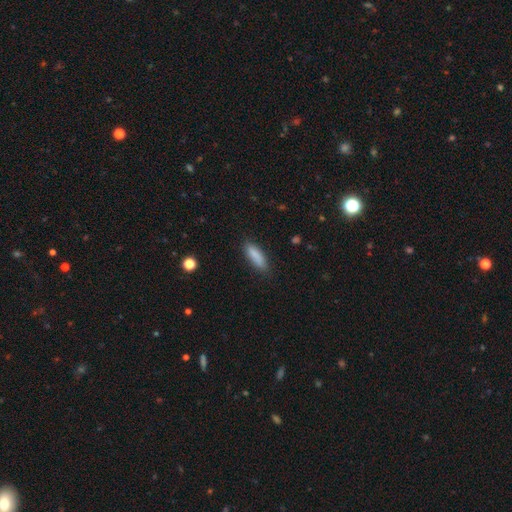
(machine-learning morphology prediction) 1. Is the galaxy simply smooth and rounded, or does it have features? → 87% smooth, 7% star or artifact, 6% featured or disk.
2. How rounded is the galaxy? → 53% in between, 46% cigar-shaped, 2% round.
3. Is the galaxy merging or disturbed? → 82% none, 14% minor disturbance, 3% major disturbance, 1% merger.